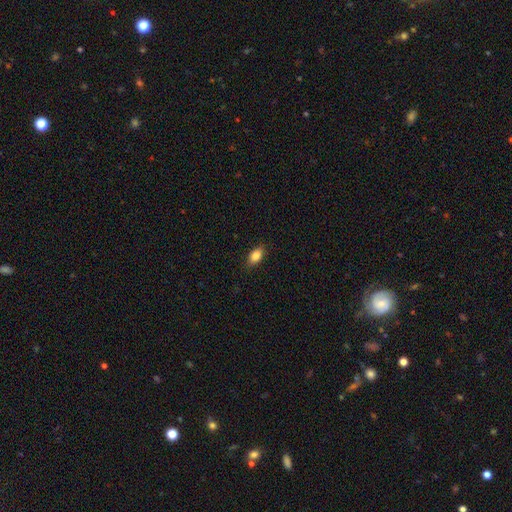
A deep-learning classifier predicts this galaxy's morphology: smooth-or-featured: smooth: 85% | star or artifact: 8% | featured or disk: 7%
  how-rounded: in between: 88% | round: 7% | cigar-shaped: 5%
  merging: none: 86% | minor disturbance: 11% | major disturbance: 2% | merger: 1%